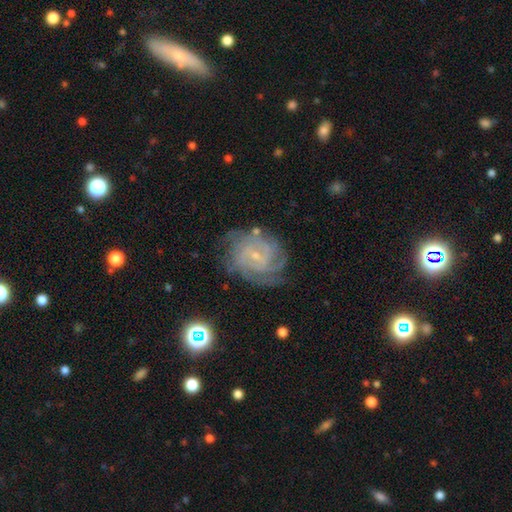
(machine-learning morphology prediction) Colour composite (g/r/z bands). It shows a featured or disk galaxy (84%) with no bar (54%), tight (68%) spiral arms (96%) and a small central bulge (81%). Merging: none (72%).